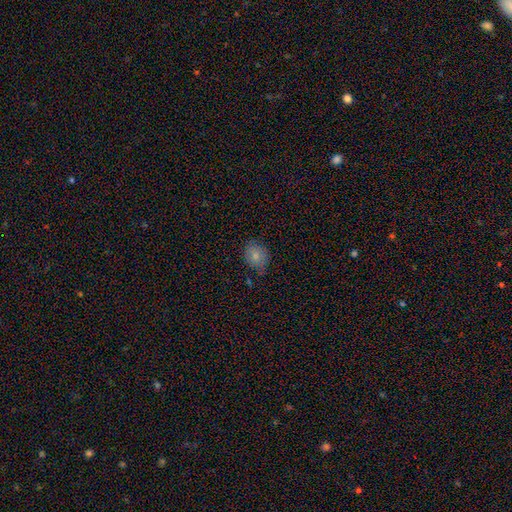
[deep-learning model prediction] smooth 80%, featured or disk 10%, star or artifact 9%. Down the decision tree: how rounded — round (52%); merging — none (72%).